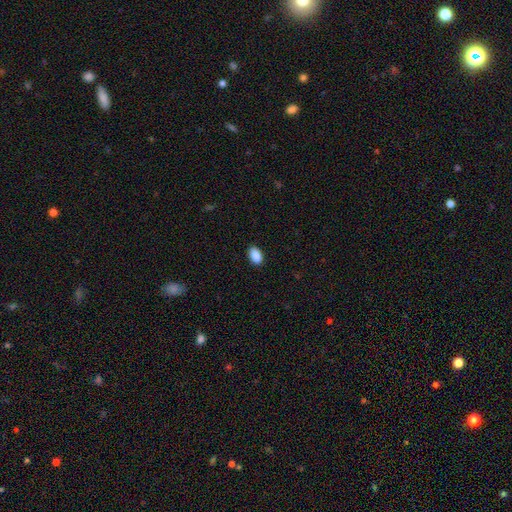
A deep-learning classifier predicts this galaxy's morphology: smooth_or_featured: smooth (p=0.90) [alt: star or artifact p=0.07]
how_rounded: in between (p=0.92) [alt: round p=0.06]
merging: none (p=0.89) [alt: minor disturbance p=0.08]